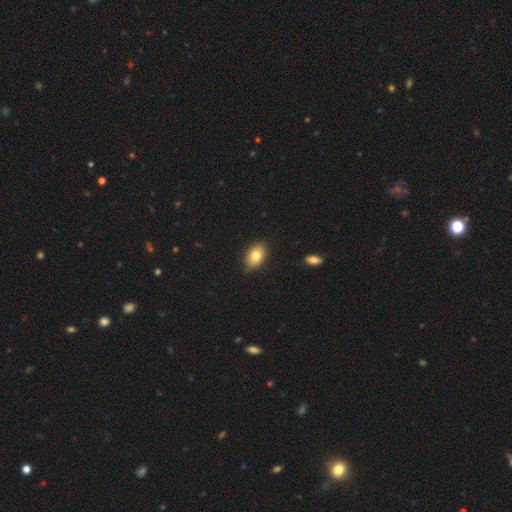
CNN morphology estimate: Smooth or featured? smooth (81%)
How rounded? in between (87%)
Merging? none (84%)